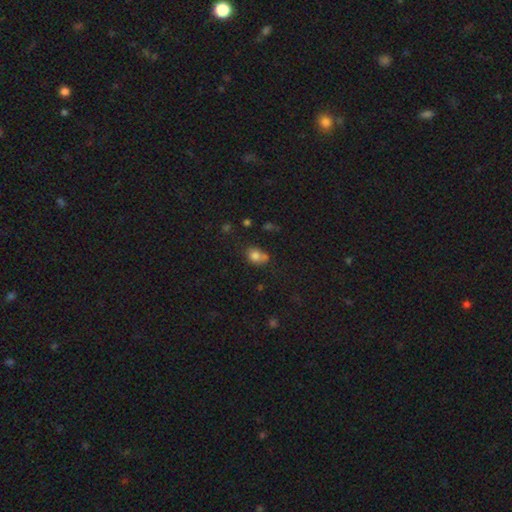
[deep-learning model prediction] Morphology: type=smooth (78%); roundness=in between (51%); merging=none (44%).